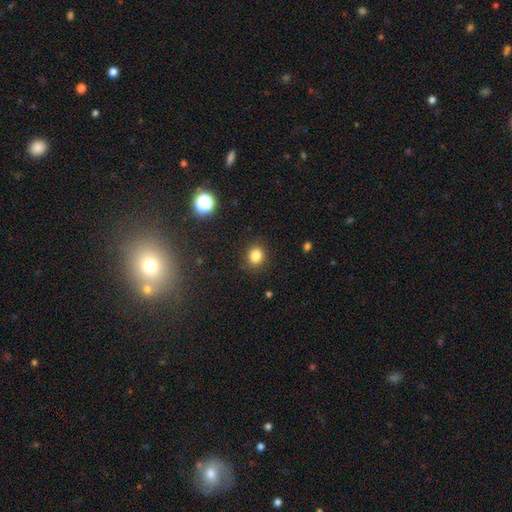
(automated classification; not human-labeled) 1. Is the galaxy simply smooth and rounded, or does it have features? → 82% smooth, 12% star or artifact, 5% featured or disk.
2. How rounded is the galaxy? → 72% round, 27% in between, 1% cigar-shaped.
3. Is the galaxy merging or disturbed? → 88% none, 8% minor disturbance, 3% major disturbance, 1% merger.